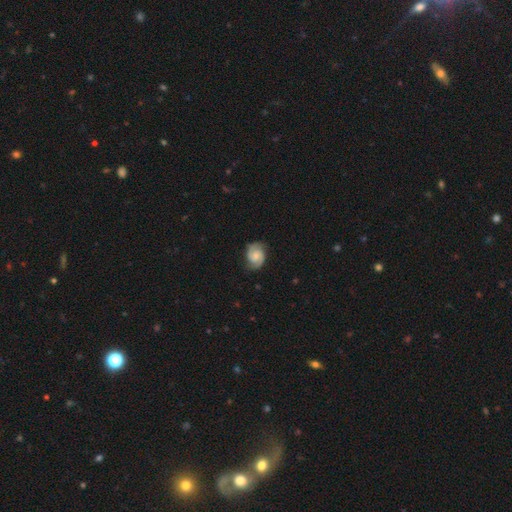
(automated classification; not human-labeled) A featured or disk galaxy (79%) with no bar (58%), 2 (91%) medium (45%) spiral arms (97%) and a small central bulge (36%). Merging: none (80%).